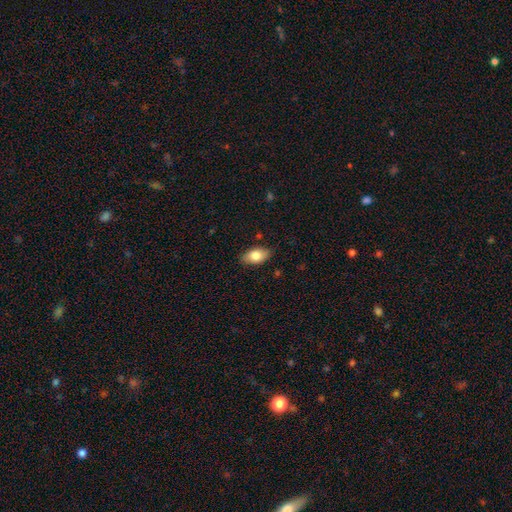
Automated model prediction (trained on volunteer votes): Smooth or featured: smooth — 81% (featured or disk — 12%)
How rounded: in between — 92% (round — 5%)
Merging: none — 85% (minor disturbance — 12%)